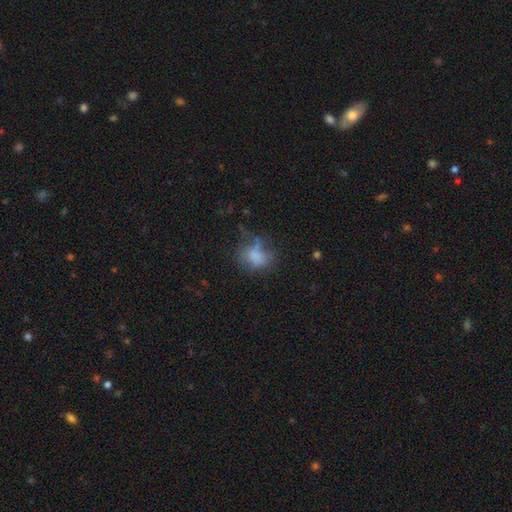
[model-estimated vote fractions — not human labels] Overall: smooth (66%). How rounded: in between (62%; round 36%). Merging: major disturbance (39%; none 29%).